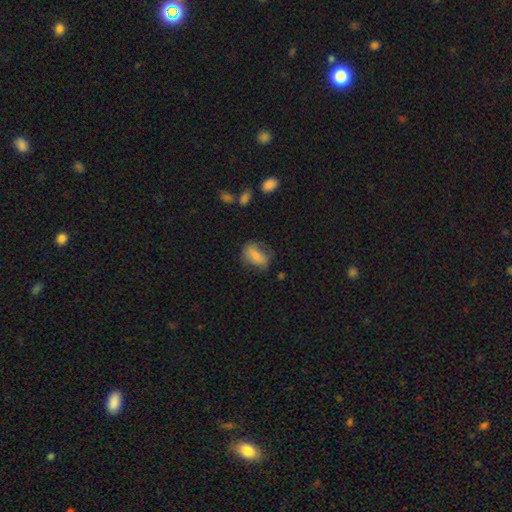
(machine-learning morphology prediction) This appears to be a smooth galaxy with no disk features (71%) that is in between round and cigar-shaped (81%). Merging: none (59%).